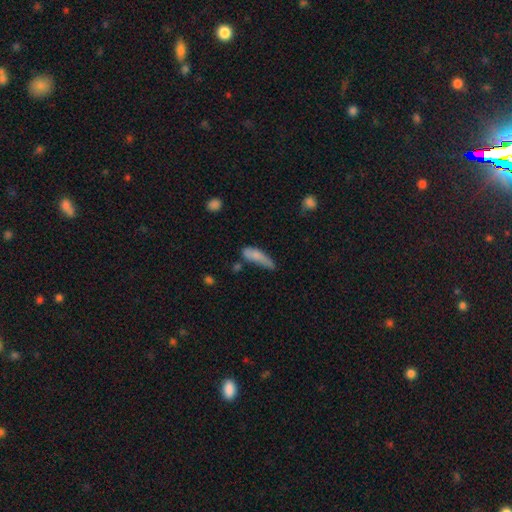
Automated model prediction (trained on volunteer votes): The model was most divided on "merging": minor disturbance: 36%, none: 32%, major disturbance: 21%, merger: 11%. More confident: smooth or featured — smooth (75%); how rounded — cigar-shaped (58%).